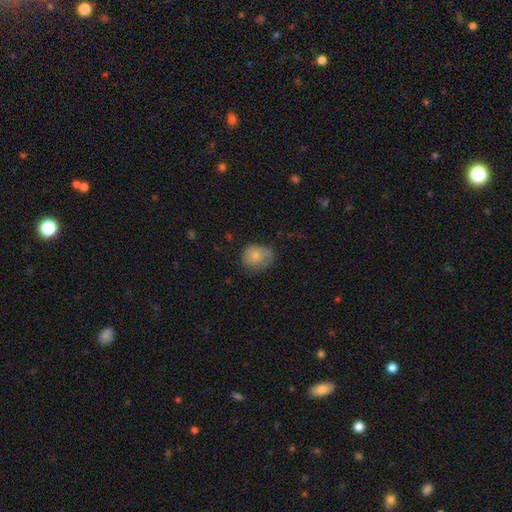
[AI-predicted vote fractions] Morphology: type=smooth (78%); roundness=round (70%); merging=none (52%).